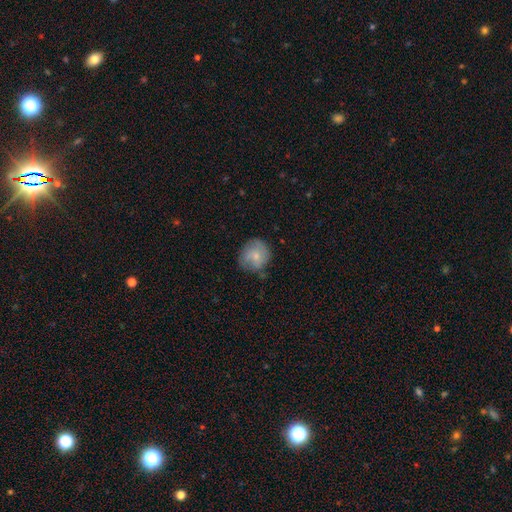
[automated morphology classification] smooth 66%, featured or disk 27%, star or artifact 7%. Down the decision tree: how rounded — round (84%); merging — none (64%).